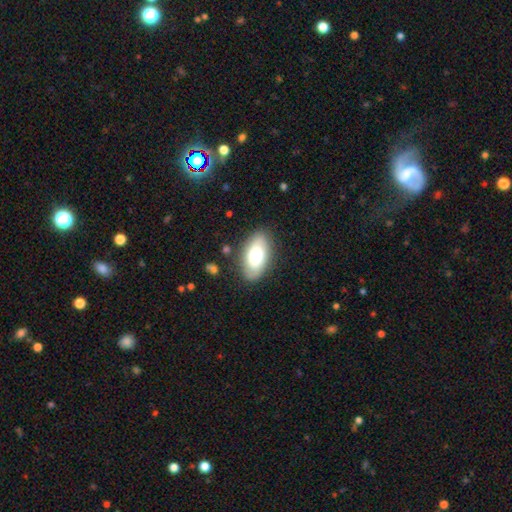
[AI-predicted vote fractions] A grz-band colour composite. It shows a smooth galaxy with no disk features (69%) that is in between round and cigar-shaped (93%). Merging: none (83%).